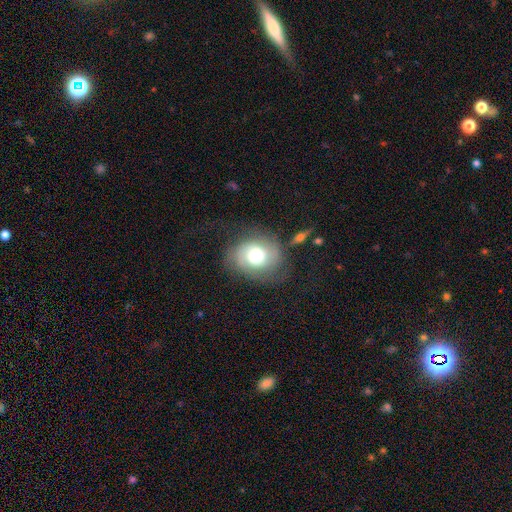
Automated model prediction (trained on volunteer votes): A smooth galaxy with no disk features (47%).

Vote fractions:
- Smooth or featured? smooth: 47% / featured or disk: 44% / star or artifact: 9%
- Merging? none: 62% / minor disturbance: 21% / major disturbance: 13% / merger: 4%